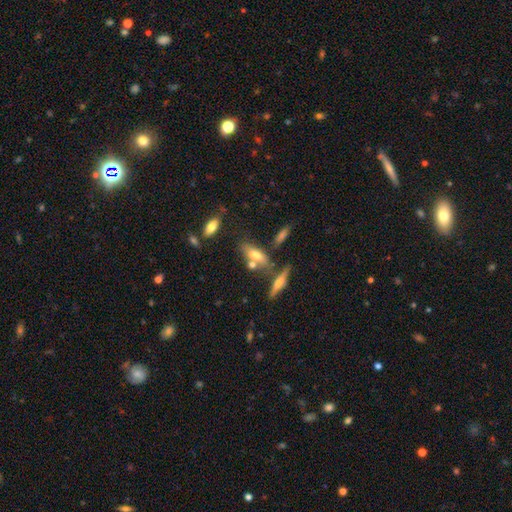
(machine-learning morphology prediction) Overall: smooth (61%; featured or disk 28%). How rounded: in between (74%). Merging: none (47%; merger 28%).